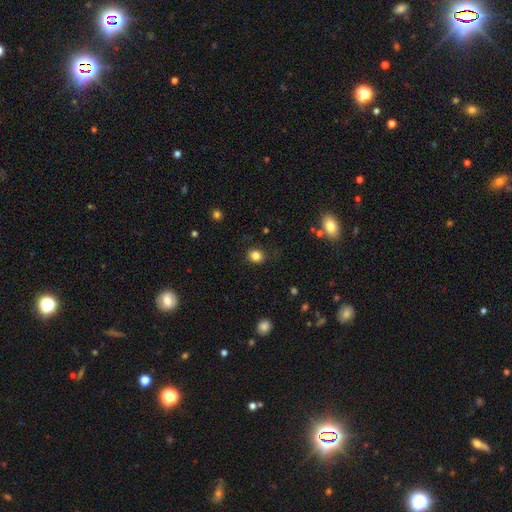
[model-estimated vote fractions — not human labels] This appears to be a smooth galaxy with no disk features (83%) that is round (71%). Merging: none (82%).